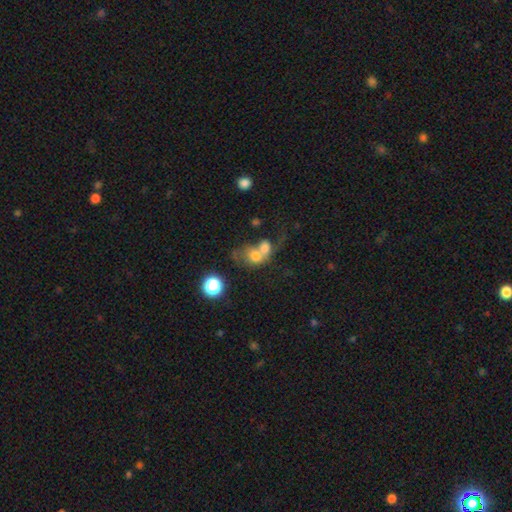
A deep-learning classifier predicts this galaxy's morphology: smooth_or_featured: smooth (p=0.63) [alt: featured or disk p=0.24]
how_rounded: round (p=0.54) [alt: in between p=0.45]
merging: merger (p=0.71) [alt: none p=0.14]